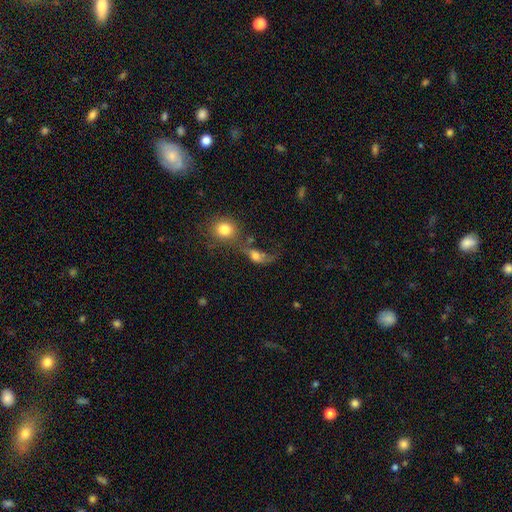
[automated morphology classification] Smooth or featured? smooth (56%)
How rounded? in between (61%)
Merging? merger (38%)